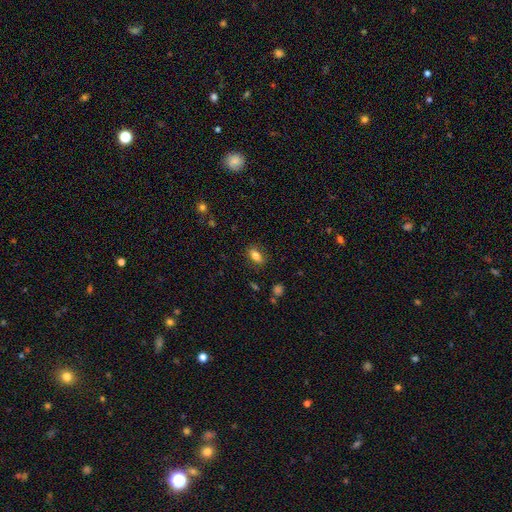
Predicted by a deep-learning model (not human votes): Q: Smooth or featured?
A: smooth (74%); runner-up: featured or disk (17%)
Q: How rounded?
A: in between (78%); runner-up: cigar-shaped (12%)
Q: Merging?
A: none (82%); runner-up: minor disturbance (13%)